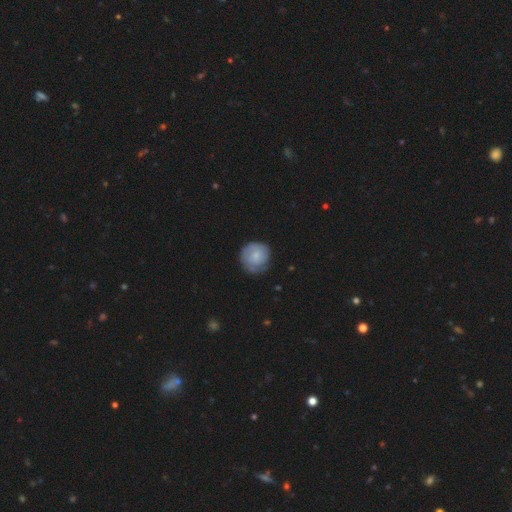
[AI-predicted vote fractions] The model was most divided on "smooth or featured": smooth: 57%, featured or disk: 37%, star or artifact: 6%. More confident: how rounded — round (88%); merging — none (69%).